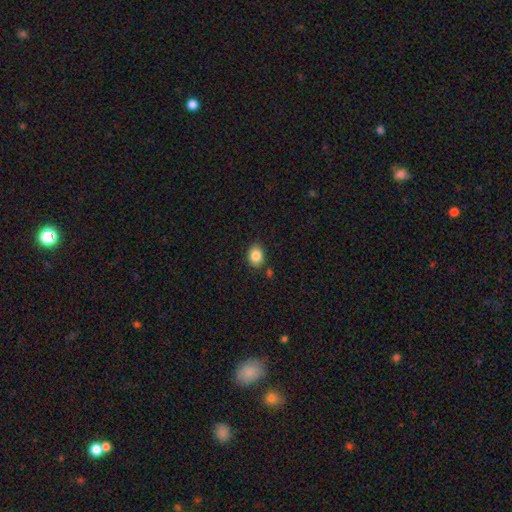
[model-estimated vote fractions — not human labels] The model was most divided on "how rounded": in between: 57%, round: 42%, cigar-shaped: 1%. More confident: smooth or featured — smooth (86%); merging — none (79%).